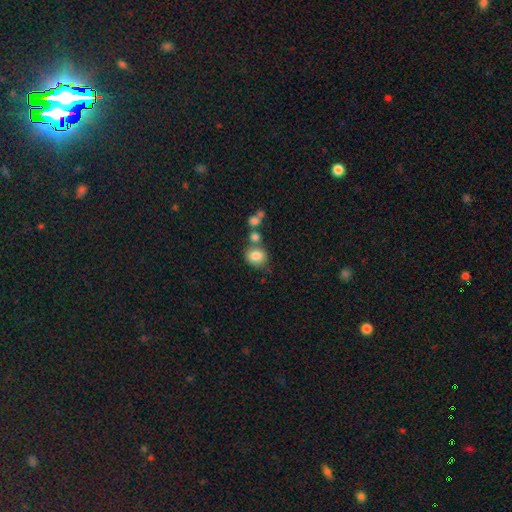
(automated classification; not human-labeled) The model was most divided on "how rounded": round: 60%, in between: 39%, cigar-shaped: 1%. More confident: smooth or featured — smooth (83%); merging — none (59%).